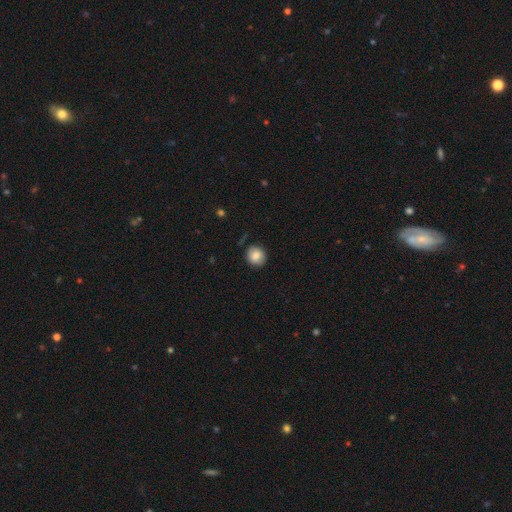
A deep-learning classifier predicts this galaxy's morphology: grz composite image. It shows a smooth galaxy with no disk features (82%) that is round (89%). Merging: none (86%).